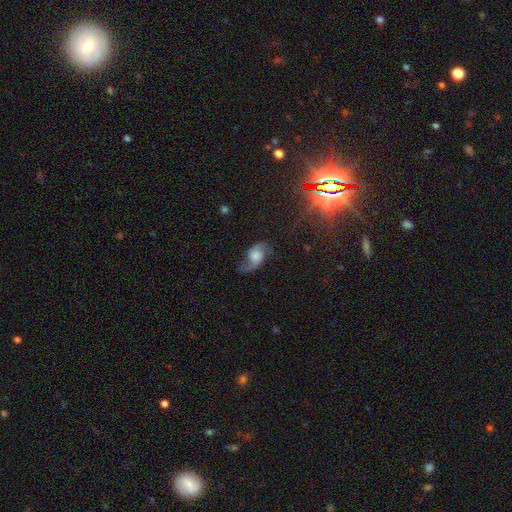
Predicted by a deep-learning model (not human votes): Smooth or featured? Predicted: featured or disk (p=0.77). Edge-on disk? Predicted: no (p=0.96). Bar? Predicted: no (p=0.64). Spiral arms? Predicted: yes (p=0.95). Spiral winding? Predicted: loose (p=0.64). Spiral arm count? Predicted: 2 (p=0.90). Bulge size? Predicted: large (p=0.34). Merging? Predicted: none (p=0.65).